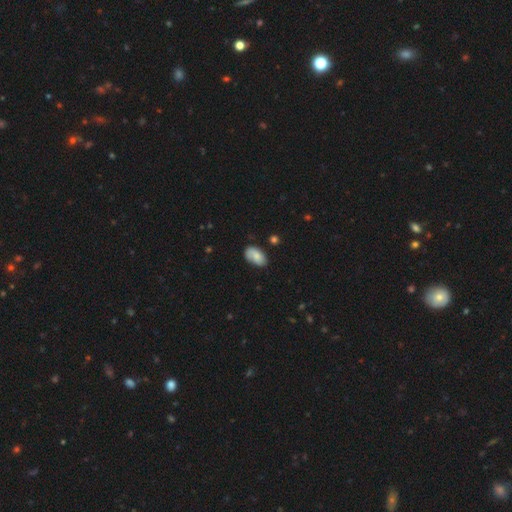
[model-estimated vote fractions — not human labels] Q: Smooth or featured?
A: smooth (73%); runner-up: featured or disk (20%)
Q: How rounded?
A: in between (92%); runner-up: round (6%)
Q: Merging?
A: none (66%); runner-up: minor disturbance (26%)